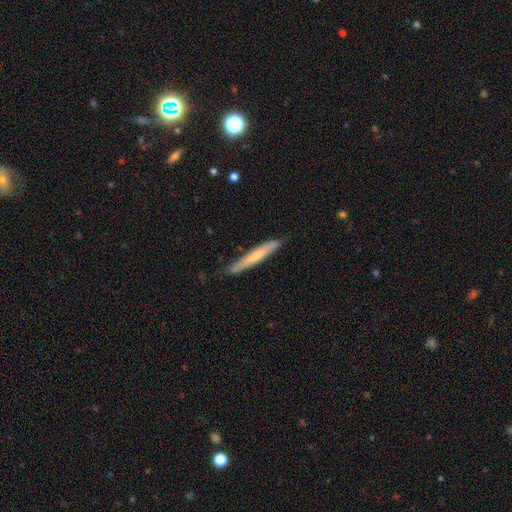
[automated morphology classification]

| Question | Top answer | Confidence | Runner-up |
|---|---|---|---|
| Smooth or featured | smooth | 62% | featured or disk (33%) |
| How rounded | cigar-shaped | 96% | in between (3%) |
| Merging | none | 85% | minor disturbance (12%) |